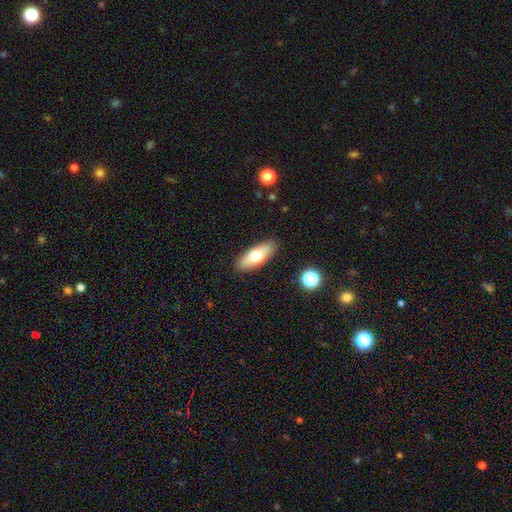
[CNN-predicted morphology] This appears to be a smooth galaxy with no disk features (70%) that is in between round and cigar-shaped (69%). Merging: none (88%).